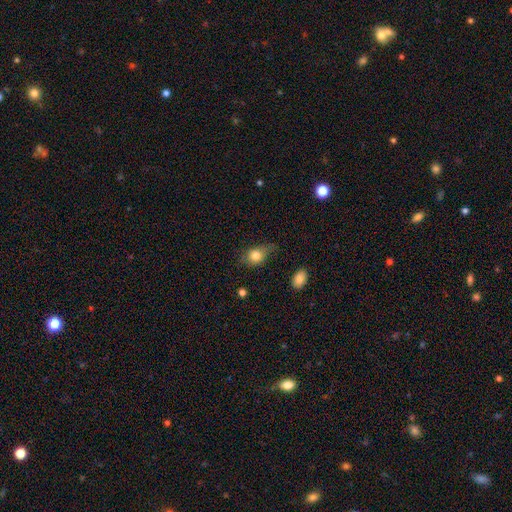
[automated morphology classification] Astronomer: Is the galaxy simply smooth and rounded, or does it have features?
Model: smooth — 79%.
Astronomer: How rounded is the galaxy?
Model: in between — 59% (runner-up: round, 38%).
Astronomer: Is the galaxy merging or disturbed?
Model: none — 50% (runner-up: minor disturbance, 34%).